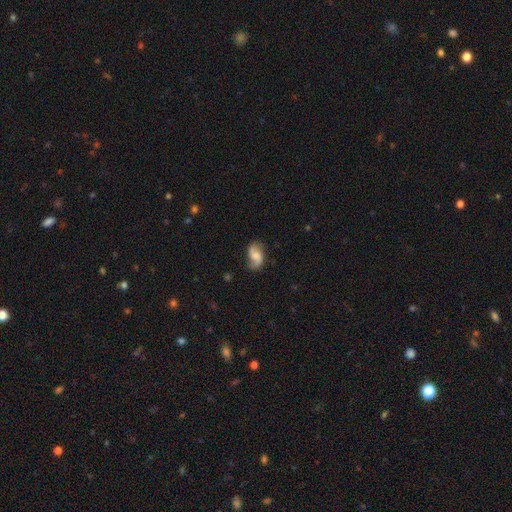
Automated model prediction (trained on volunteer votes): Smooth or featured? Predicted: featured or disk (p=0.70). Edge-on disk? Predicted: no (p=0.97). Bar? Predicted: no (p=0.52). Spiral arms? Predicted: yes (p=0.95). Spiral winding? Predicted: loose (p=0.60). Spiral arm count? Predicted: 2 (p=0.91). Bulge size? Predicted: none (p=0.31). Merging? Predicted: none (p=0.75).